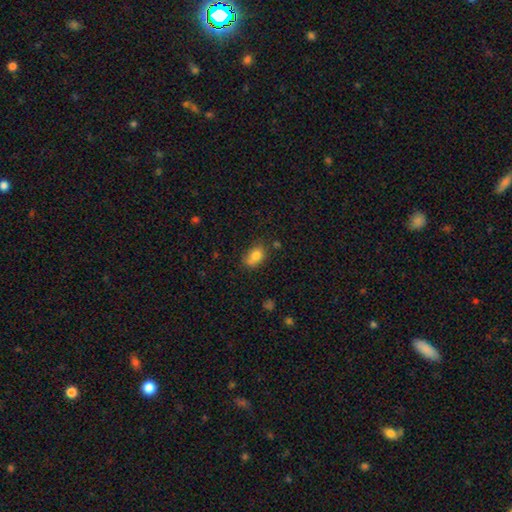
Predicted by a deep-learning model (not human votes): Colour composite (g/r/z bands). It shows a smooth galaxy with no disk features (81%) that is in between round and cigar-shaped (75%). Merging: none (54%).